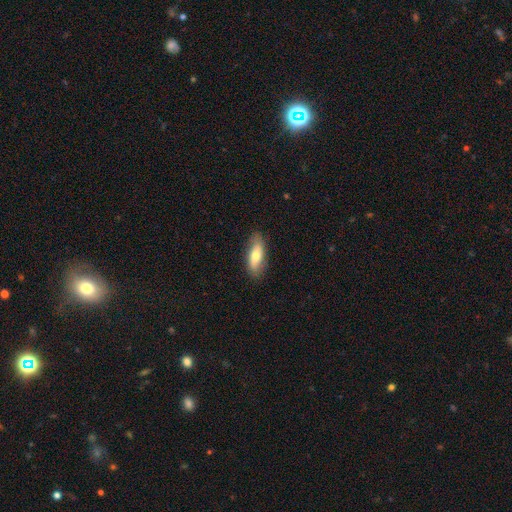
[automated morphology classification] smooth_or_featured: smooth (p=0.67) [alt: featured or disk p=0.27]
how_rounded: in between (p=0.70) [alt: cigar-shaped p=0.27]
merging: none (p=0.82) [alt: minor disturbance p=0.14]